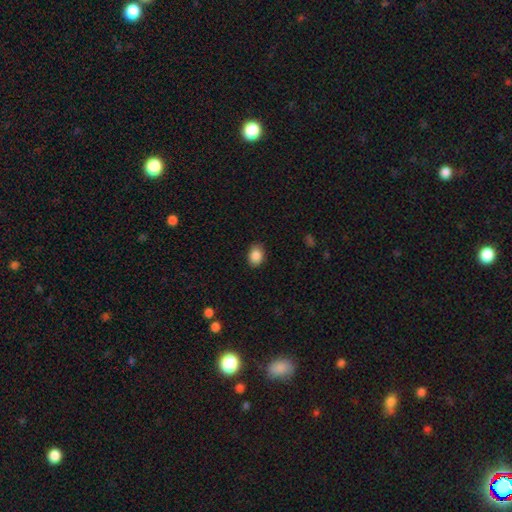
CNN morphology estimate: A smooth galaxy with no disk features (88%) that is in between round and cigar-shaped (65%).

Vote fractions:
- Smooth or featured? smooth: 88% / star or artifact: 8% / featured or disk: 4%
- How rounded? in between: 65% / round: 34% / cigar-shaped: 1%
- Merging? none: 87% / minor disturbance: 10% / major disturbance: 2% / merger: 1%